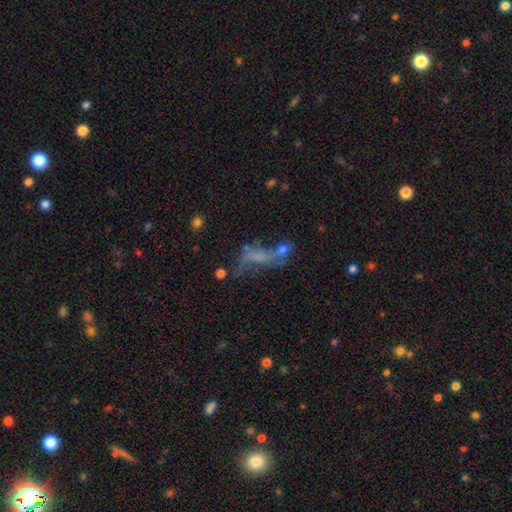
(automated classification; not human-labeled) Smooth or featured?
  - featured or disk: 49% *
  - smooth: 33%
  - star or artifact: 18%
Merging?
  - major disturbance: 31% *
  - none: 27%
  - merger: 26%
  - minor disturbance: 16%